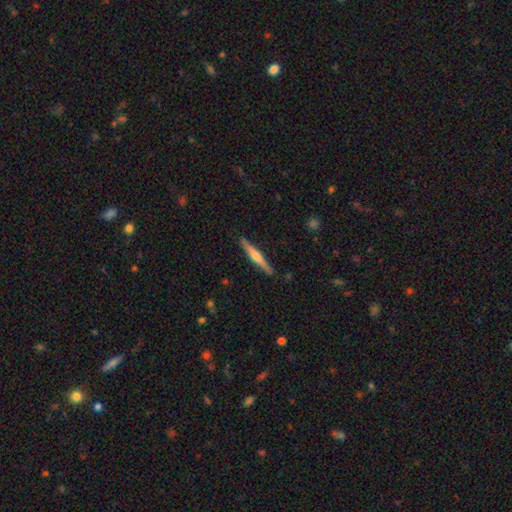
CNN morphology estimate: featured or disk 64%, smooth 31%, star or artifact 5%. Down the decision tree: edge-on disk — yes (98%); edge-on bulge — rounded (81%); merging — none (90%).